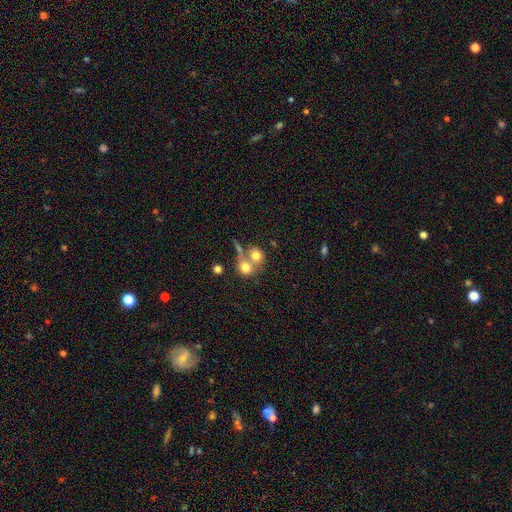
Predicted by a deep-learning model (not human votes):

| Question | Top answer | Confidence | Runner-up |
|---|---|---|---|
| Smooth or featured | smooth | 72% | featured or disk (18%) |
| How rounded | round | 71% | in between (28%) |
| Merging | merger | 61% | none (28%) |